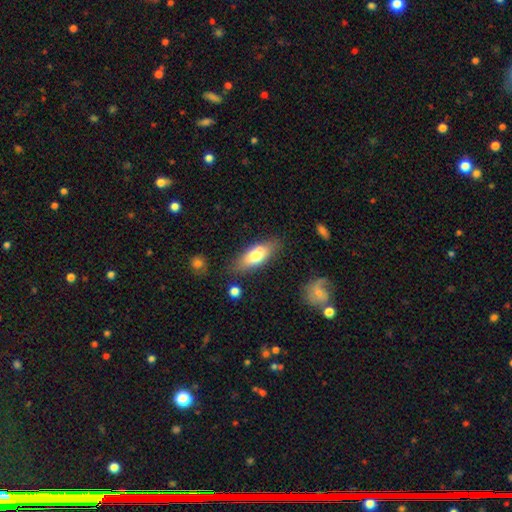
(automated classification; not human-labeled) A smooth galaxy with no disk features (69%) that is in between round and cigar-shaped (75%). Merging: none (73%).